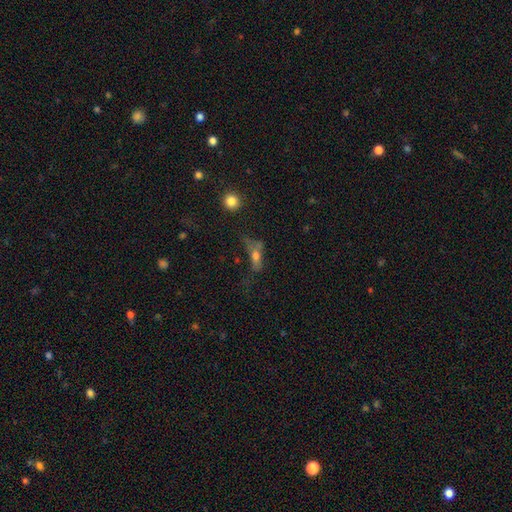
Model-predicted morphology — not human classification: Smooth or featured? Predicted: smooth (p=0.47). Merging? Predicted: major disturbance (p=0.38).